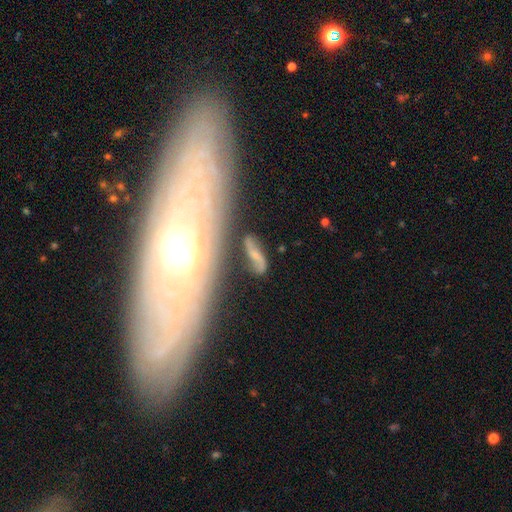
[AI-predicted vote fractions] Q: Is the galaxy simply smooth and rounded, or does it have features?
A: featured or disk — 50%.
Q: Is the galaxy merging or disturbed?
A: none — 61%.